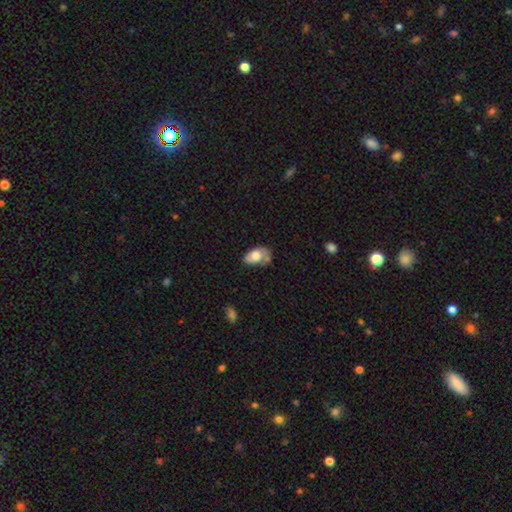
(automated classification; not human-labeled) smooth 70%, featured or disk 23%, star or artifact 7%. Down the decision tree: how rounded — in between (91%); merging — none (40%).